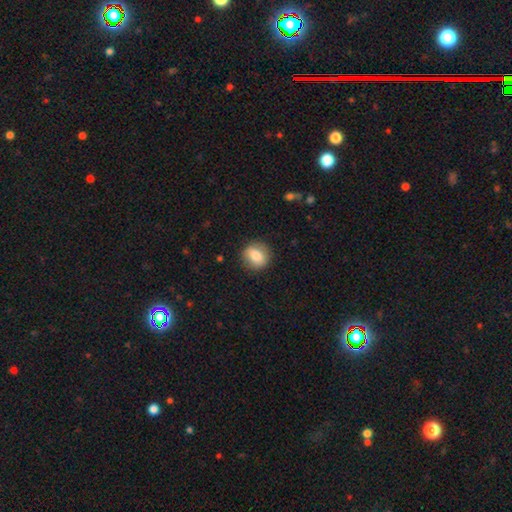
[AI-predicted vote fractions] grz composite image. It shows a smooth galaxy with no disk features (76%) that is round (76%). Merging: none (87%).